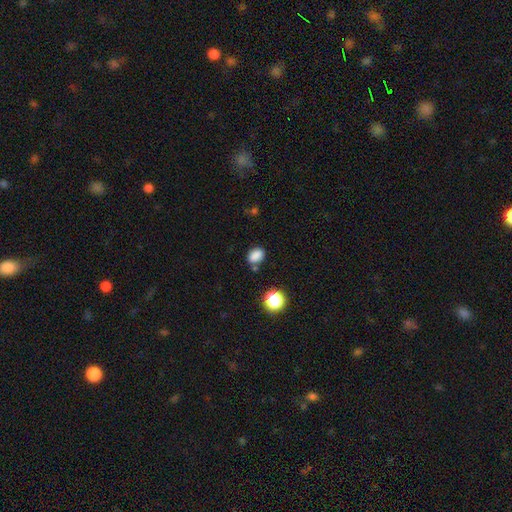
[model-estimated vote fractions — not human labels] A smooth galaxy with no disk features (83%) that is in between round and cigar-shaped (73%).

Vote fractions:
- Smooth or featured? smooth: 83% / star or artifact: 12% / featured or disk: 5%
- How rounded? in between: 73% / round: 25% / cigar-shaped: 1%
- Merging? none: 75% / minor disturbance: 14% / merger: 7% / major disturbance: 3%